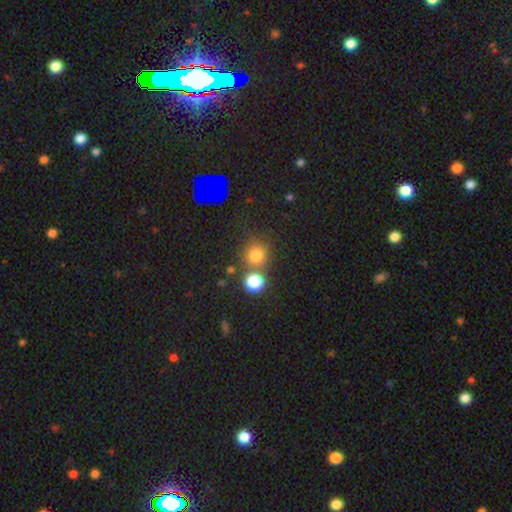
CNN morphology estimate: Q: Smooth or featured?
A: smooth (75%); runner-up: star or artifact (18%)
Q: How rounded?
A: round (90%); runner-up: in between (9%)
Q: Merging?
A: none (65%); runner-up: merger (24%)